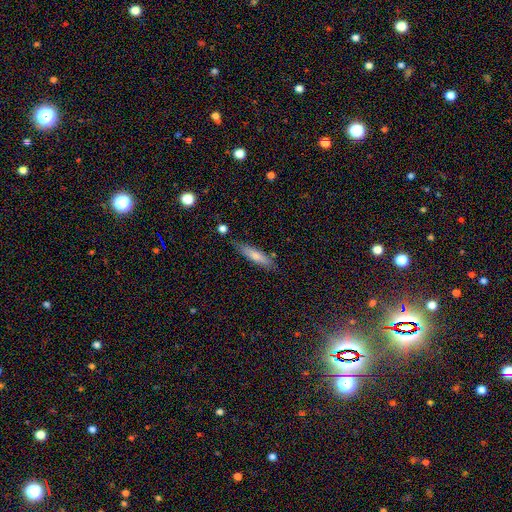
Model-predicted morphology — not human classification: Smooth or featured? smooth (70%)
How rounded? cigar-shaped (76%)
Merging? none (73%)